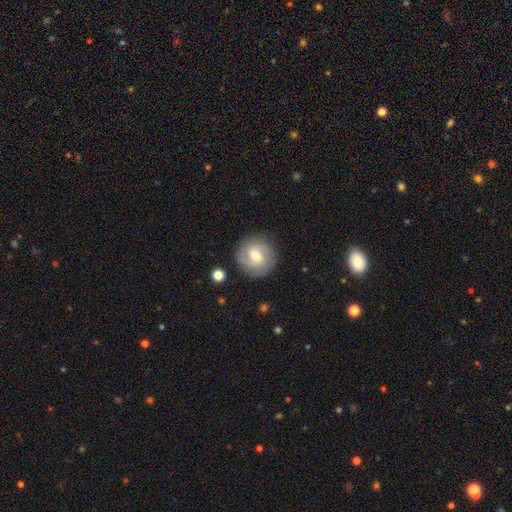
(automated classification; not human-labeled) Smooth or featured? featured or disk (53%)
Edge-on disk? no (97%)
Bar? weak (52%)
Spiral arms? yes (84%)
Bulge size? moderate (59%)
Merging? none (85%)